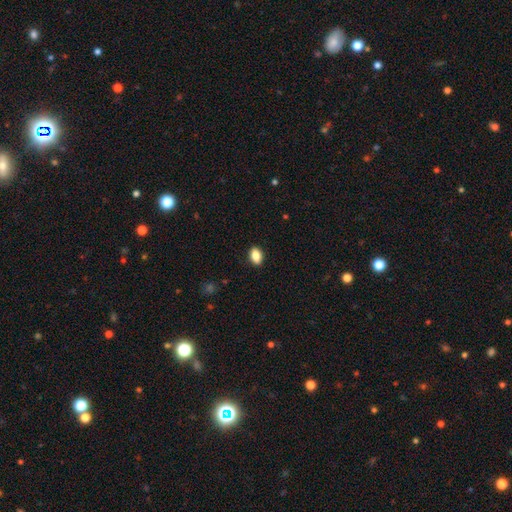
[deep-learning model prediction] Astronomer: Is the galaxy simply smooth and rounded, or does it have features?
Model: smooth — 86%.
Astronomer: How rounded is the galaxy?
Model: in between — 86%.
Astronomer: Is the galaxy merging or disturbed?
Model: none — 90%.